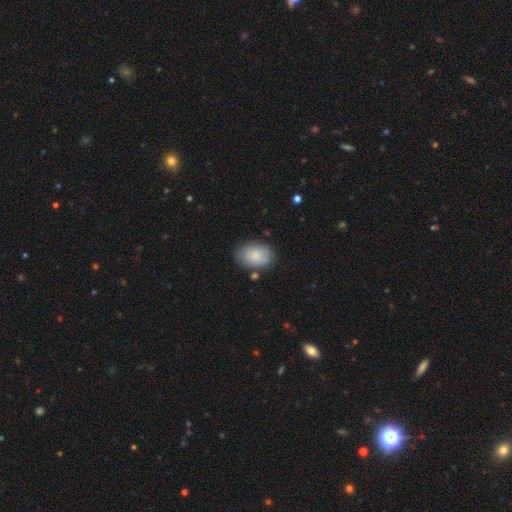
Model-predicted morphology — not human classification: Overall: smooth (84%). How rounded: in between (83%). Merging: none (76%).